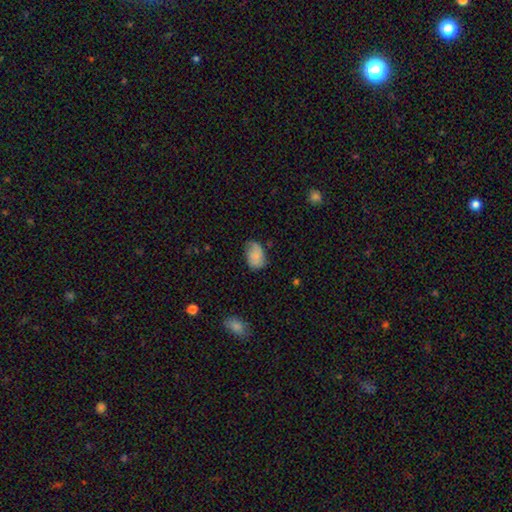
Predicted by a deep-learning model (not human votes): Morphology: type=smooth (74%); roundness=in between (84%); merging=none (52%).